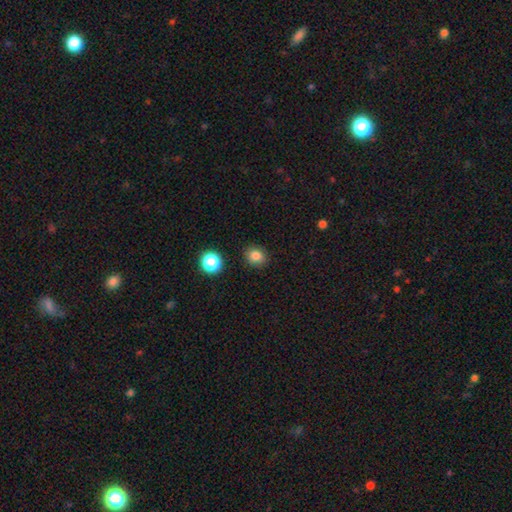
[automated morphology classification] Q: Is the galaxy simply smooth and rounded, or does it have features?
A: smooth — 82%.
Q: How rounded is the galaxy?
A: round — 69%.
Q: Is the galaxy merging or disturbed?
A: none — 88%.